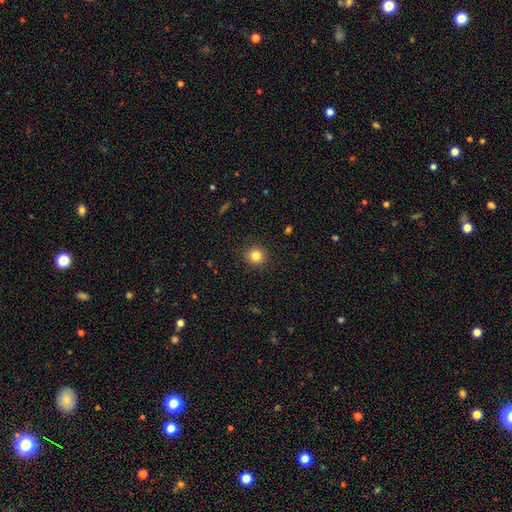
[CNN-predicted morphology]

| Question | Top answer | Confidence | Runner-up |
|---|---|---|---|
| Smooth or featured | smooth | 83% | star or artifact (12%) |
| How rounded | round | 91% | in between (8%) |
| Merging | none | 92% | minor disturbance (5%) |